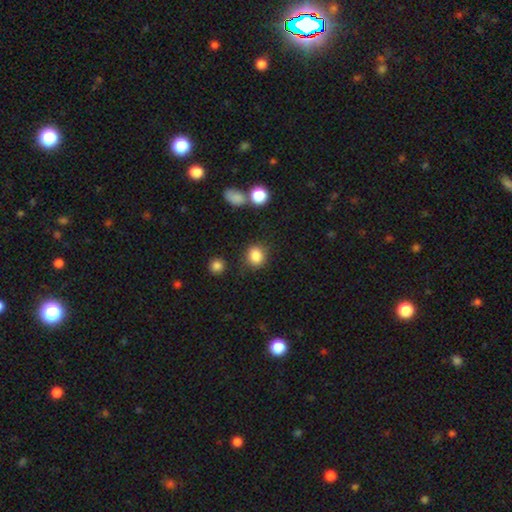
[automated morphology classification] A smooth galaxy with no disk features (85%) that is round (64%).

Vote fractions:
- Smooth or featured? smooth: 85% / star or artifact: 10% / featured or disk: 5%
- How rounded? round: 64% / in between: 35% / cigar-shaped: 1%
- Merging? none: 78% / minor disturbance: 13% / major disturbance: 4% / merger: 4%